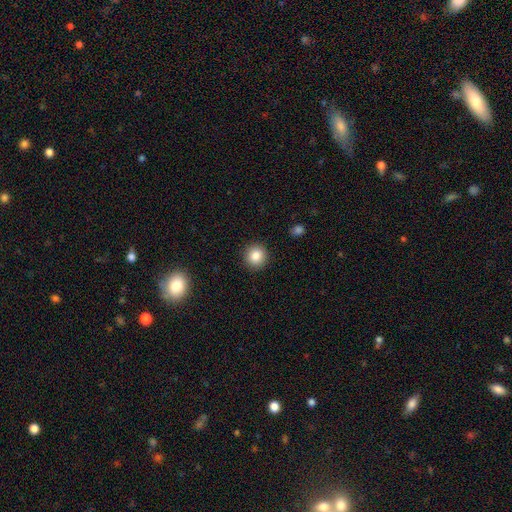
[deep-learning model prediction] smooth-or-featured: smooth: 85% | star or artifact: 10% | featured or disk: 5%
  how-rounded: round: 92% | in between: 7% | cigar-shaped: 1%
  merging: none: 91% | minor disturbance: 6% | major disturbance: 2% | merger: 1%